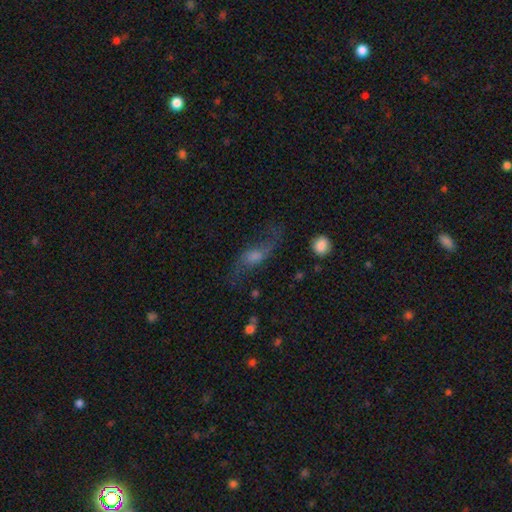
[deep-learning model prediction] Q: Smooth or featured?
A: featured or disk (63%); runner-up: smooth (24%)
Q: Edge-on disk?
A: no (79%); runner-up: yes (21%)
Q: Bar?
A: no (57%); runner-up: weak (34%)
Q: Spiral arms?
A: yes (85%); runner-up: no (15%)
Q: Bulge size?
A: moderate (41%); runner-up: small (27%)
Q: Merging?
A: none (60%); runner-up: major disturbance (18%)